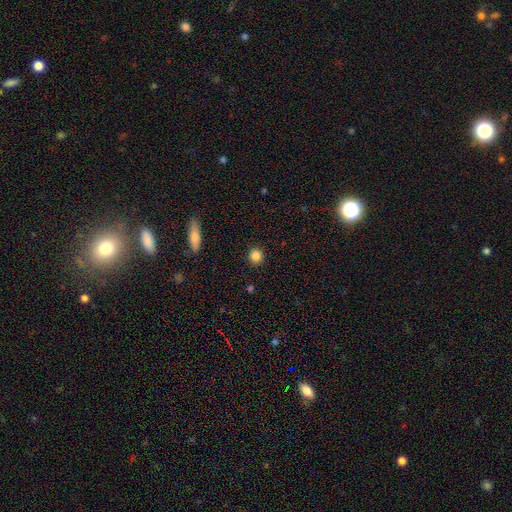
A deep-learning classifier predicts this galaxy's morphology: Overall: smooth (85%). How rounded: round (86%). Merging: none (90%).